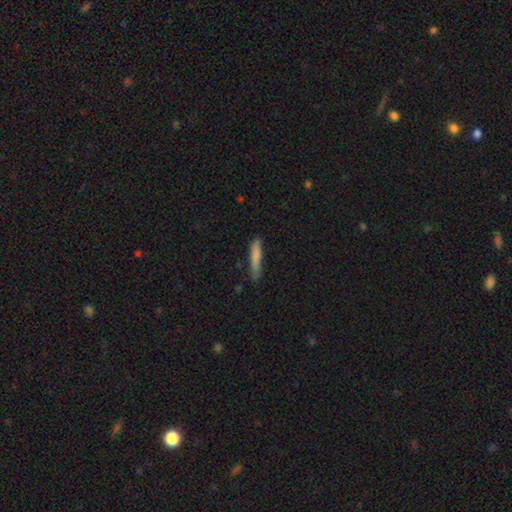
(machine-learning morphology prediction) A smooth galaxy with no disk features (81%) that is cigar-shaped (92%).

Vote fractions:
- Smooth or featured? smooth: 81% / featured or disk: 13% / star or artifact: 6%
- How rounded? cigar-shaped: 92% / in between: 7% / round: 1%
- Merging? none: 73% / minor disturbance: 21% / major disturbance: 4% / merger: 2%